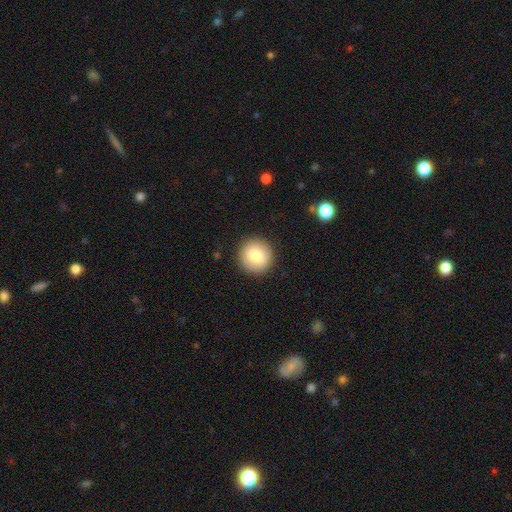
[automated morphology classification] Smooth or featured? Predicted: smooth (p=0.81). How rounded? Predicted: round (p=0.95). Merging? Predicted: none (p=0.91).